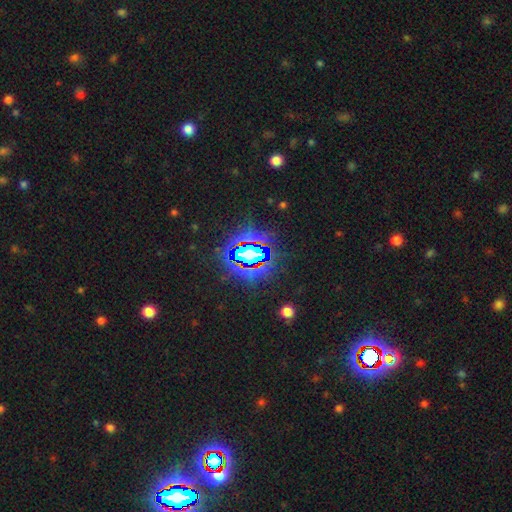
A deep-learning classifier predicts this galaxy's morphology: The model was most divided on "smooth or featured": star or artifact: 80%, smooth: 11%, featured or disk: 8%.